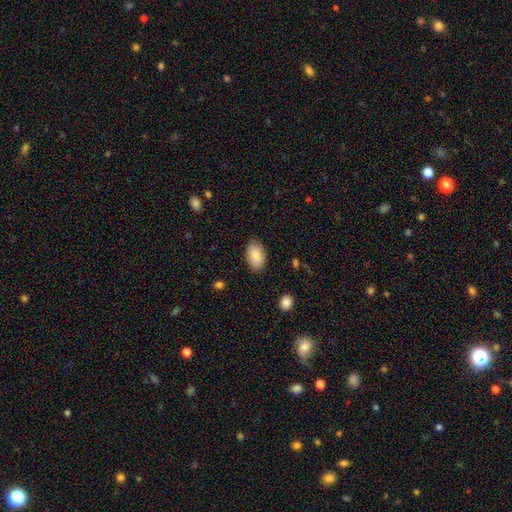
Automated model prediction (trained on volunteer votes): A smooth galaxy with no disk features (88%) that is in between round and cigar-shaped (93%). Merging: none (85%).